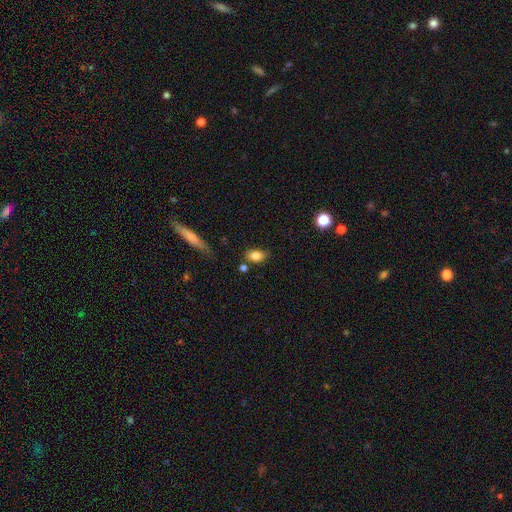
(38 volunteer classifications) A smooth galaxy with no disk features (97%) that is in between round and cigar-shaped (68%). Merging: none (68%).